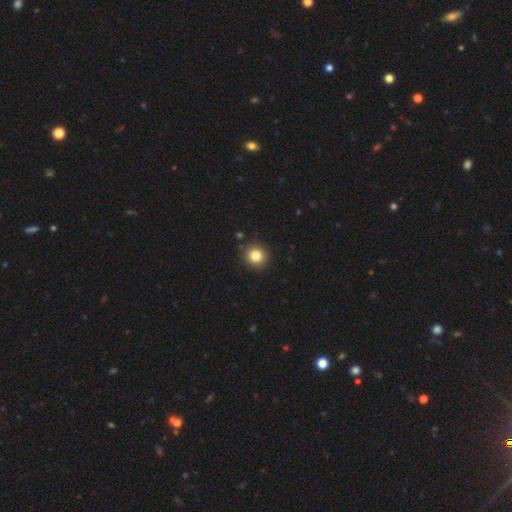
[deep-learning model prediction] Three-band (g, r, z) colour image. It shows a smooth galaxy with no disk features (83%) that is round (92%). Merging: none (90%).